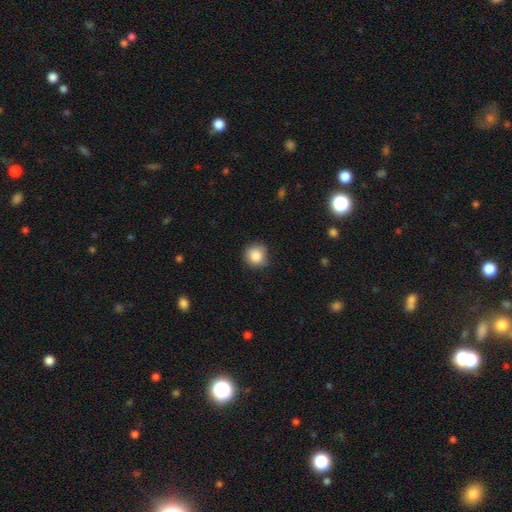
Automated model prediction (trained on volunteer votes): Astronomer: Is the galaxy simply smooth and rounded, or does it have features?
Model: smooth — 86%.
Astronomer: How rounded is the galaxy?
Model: round — 91%.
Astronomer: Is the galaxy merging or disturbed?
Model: none — 80%.